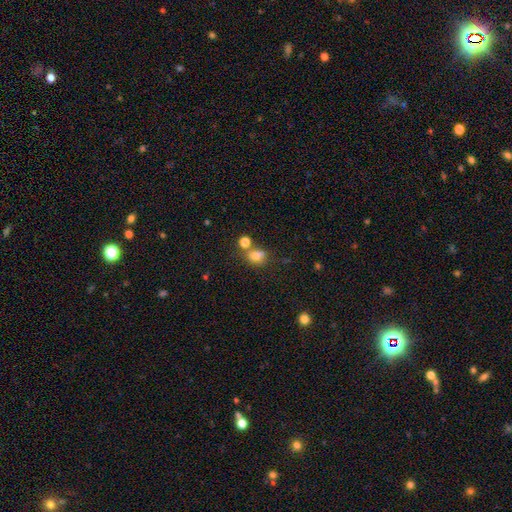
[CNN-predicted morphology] smooth_or_featured: smooth (p=0.75) [alt: star or artifact p=0.15]
how_rounded: in between (p=0.62) [alt: round p=0.36]
merging: none (p=0.46) [alt: merger p=0.28]